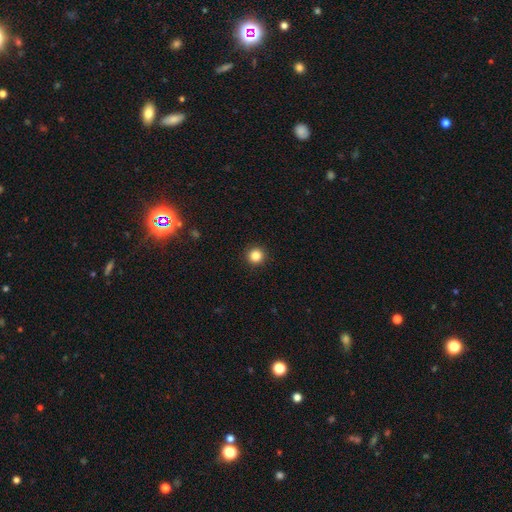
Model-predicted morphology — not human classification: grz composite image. It shows a smooth galaxy with no disk features (85%) that is round (96%). Merging: none (93%).